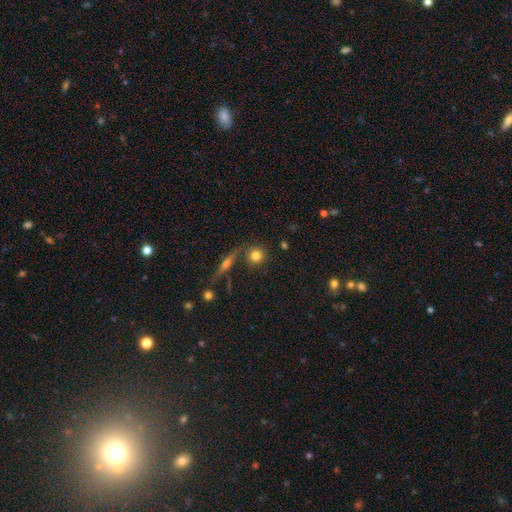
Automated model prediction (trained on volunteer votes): Smooth or featured? Predicted: smooth (p=0.78). How rounded? Predicted: round (p=0.90). Merging? Predicted: none (p=0.77).